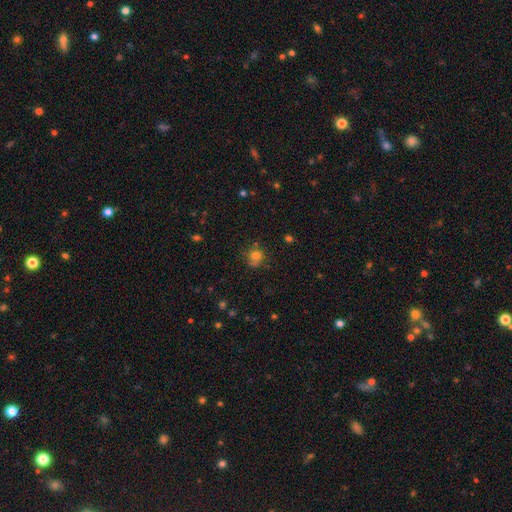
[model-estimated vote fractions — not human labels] A smooth galaxy with no disk features (72%) that is round (78%).

Vote fractions:
- Smooth or featured? smooth: 72% / star or artifact: 16% / featured or disk: 12%
- How rounded? round: 78% / in between: 21% / cigar-shaped: 1%
- Merging? none: 58% / minor disturbance: 23% / major disturbance: 11% / merger: 7%